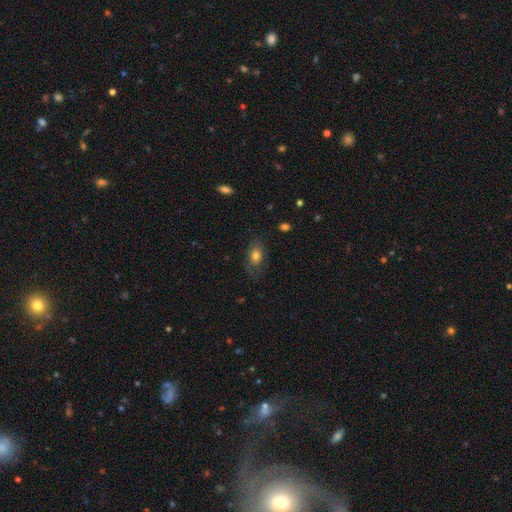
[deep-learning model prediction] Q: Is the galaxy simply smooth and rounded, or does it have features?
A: smooth — 65%.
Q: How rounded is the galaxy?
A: in between — 80%.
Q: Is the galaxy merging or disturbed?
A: none — 62%.